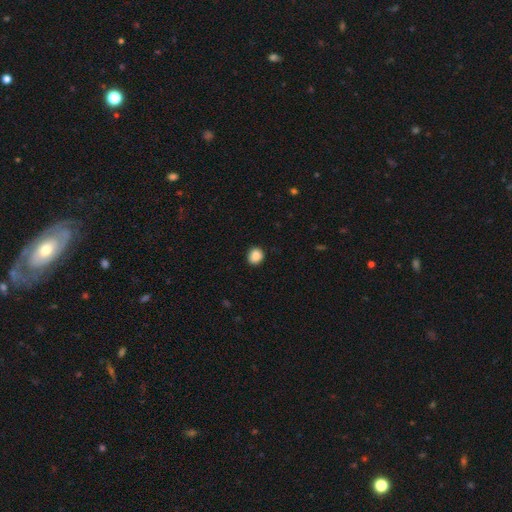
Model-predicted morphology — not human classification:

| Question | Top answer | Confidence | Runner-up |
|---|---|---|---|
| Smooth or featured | smooth | 88% | star or artifact (9%) |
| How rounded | round | 80% | in between (19%) |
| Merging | none | 87% | minor disturbance (10%) |